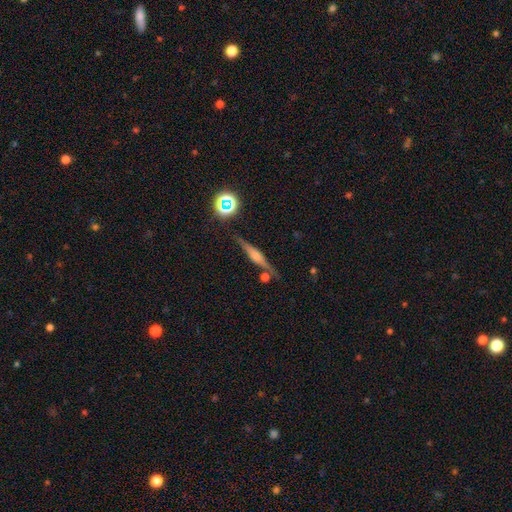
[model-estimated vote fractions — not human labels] A featured or disk galaxy (69%) viewed edge-on (96%) with a rounded central bulge (65%).

Vote fractions:
- Smooth or featured? featured or disk: 69% / smooth: 21% / star or artifact: 10%
- Edge-on disk? yes: 96% / no: 4%
- Edge-on bulge? rounded: 65% / boxy: 27% / none: 7%
- Merging? none: 79% / minor disturbance: 12% / merger: 5% / major disturbance: 3%